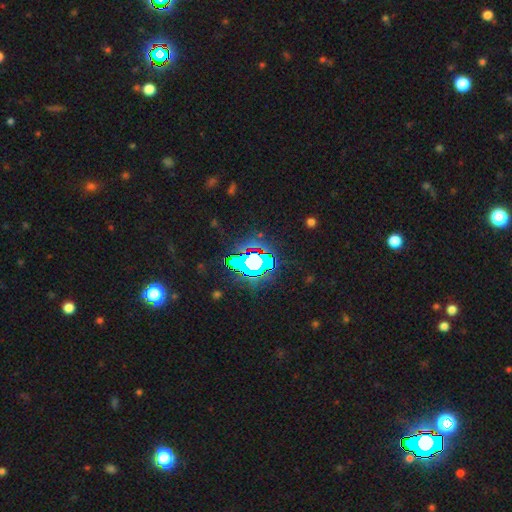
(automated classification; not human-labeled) smooth-or-featured: star or artifact: 69% | smooth: 17% | featured or disk: 14%